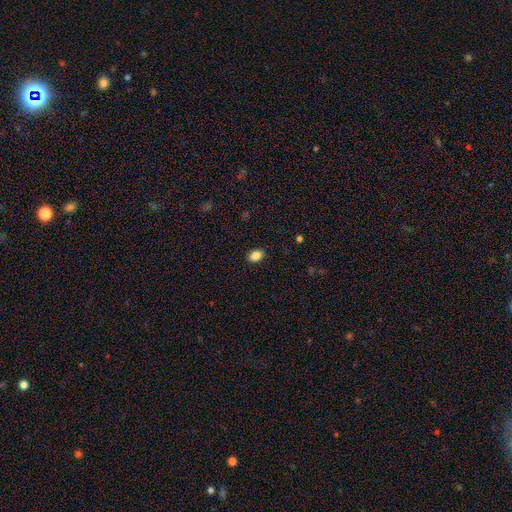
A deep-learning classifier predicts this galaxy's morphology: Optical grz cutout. It shows a smooth galaxy with no disk features (86%) that is in between round and cigar-shaped (74%). Merging: none (89%).